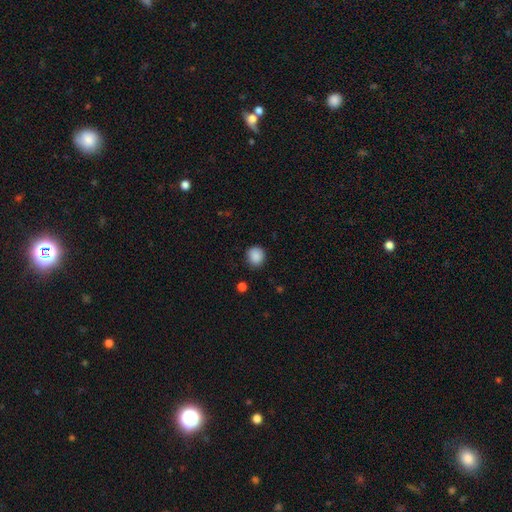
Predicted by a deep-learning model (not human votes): A smooth galaxy with no disk features (88%) that is round (83%). Merging: none (86%).